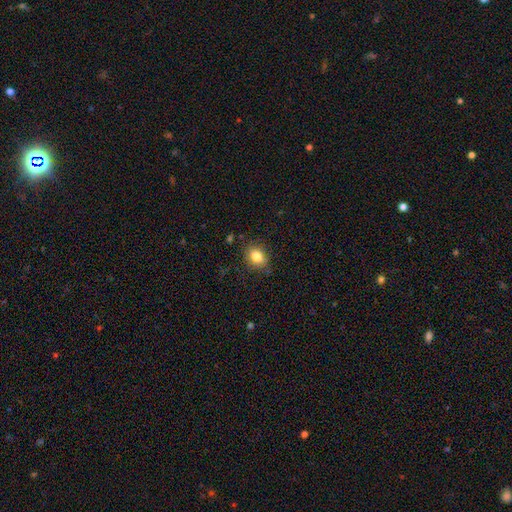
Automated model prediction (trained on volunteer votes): This appears to be a smooth galaxy with no disk features (82%) that is in between round and cigar-shaped (55%). Merging: none (83%).